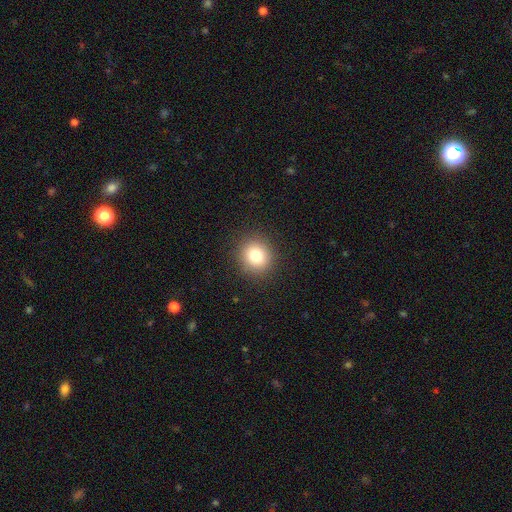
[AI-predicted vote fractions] Smooth or featured: smooth — 80% (star or artifact — 12%)
How rounded: round — 85% (in between — 14%)
Merging: none — 90% (minor disturbance — 6%)